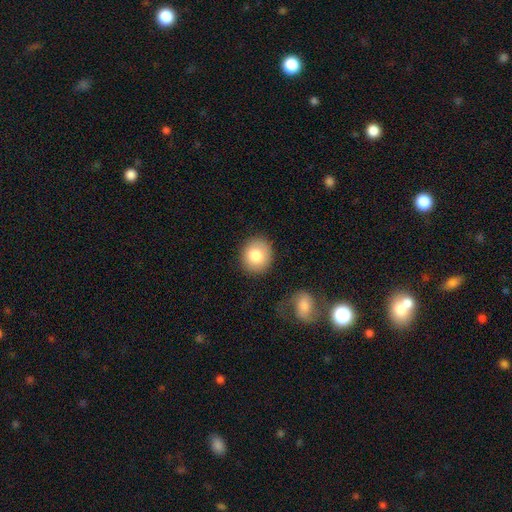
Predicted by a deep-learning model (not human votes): Smooth or featured? smooth (81%)
How rounded? round (82%)
Merging? none (86%)